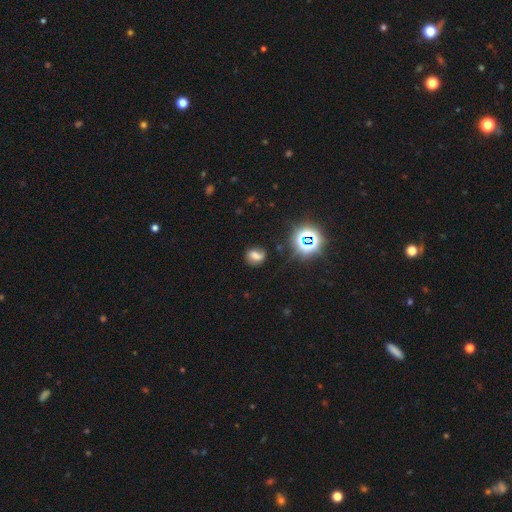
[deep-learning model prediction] smooth 52%, featured or disk 24%, star or artifact 24%. Down the decision tree: how rounded — in between (60%); merging — none (62%).